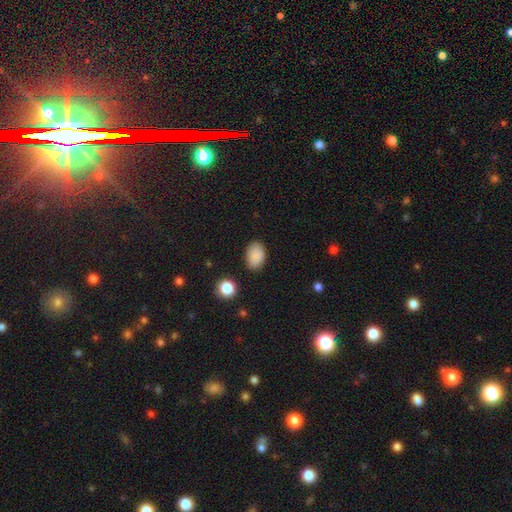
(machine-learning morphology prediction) A smooth galaxy with no disk features (88%) that is in between round and cigar-shaped (84%).

Vote fractions:
- Smooth or featured? smooth: 88% / star or artifact: 9% / featured or disk: 4%
- How rounded? in between: 84% / round: 15% / cigar-shaped: 1%
- Merging? none: 84% / minor disturbance: 12% / major disturbance: 3% / merger: 2%